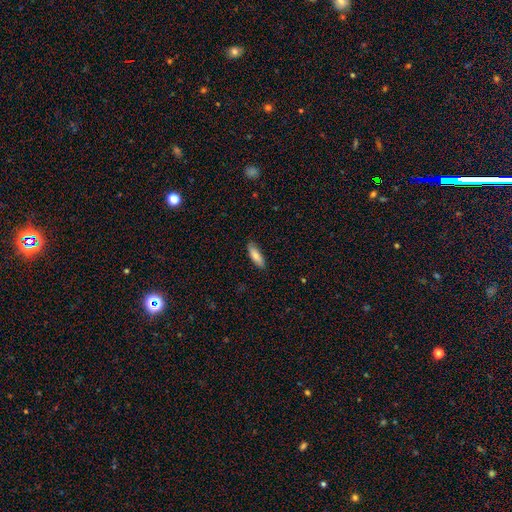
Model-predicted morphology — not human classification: A smooth galaxy with no disk features (82%) that is in between round and cigar-shaped (57%).

Vote fractions:
- Smooth or featured? smooth: 82% / featured or disk: 12% / star or artifact: 6%
- How rounded? in between: 57% / cigar-shaped: 41% / round: 2%
- Merging? none: 86% / minor disturbance: 11% / major disturbance: 2% / merger: 1%